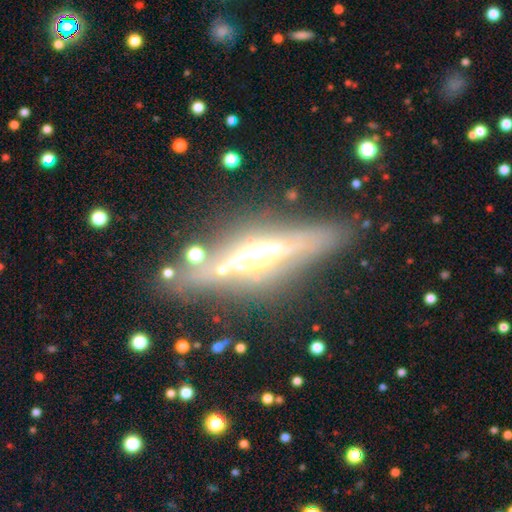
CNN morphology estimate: smooth-or-featured: featured or disk: 77% | smooth: 13% | star or artifact: 10%
  disk-edge-on: yes: 88% | no: 12%
    edge-on-bulge: rounded: 70% | boxy: 18% | none: 11%
  merging: none: 78% | minor disturbance: 13% | major disturbance: 6% | merger: 3%